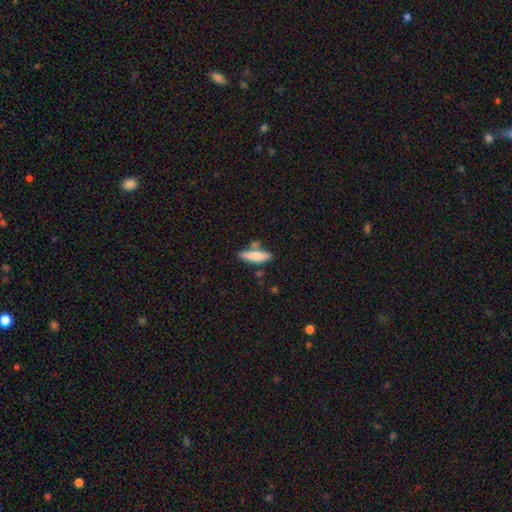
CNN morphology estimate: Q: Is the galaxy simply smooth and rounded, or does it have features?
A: smooth — 77%.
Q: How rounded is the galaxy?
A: cigar-shaped — 58%.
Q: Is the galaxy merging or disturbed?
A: none — 62%.